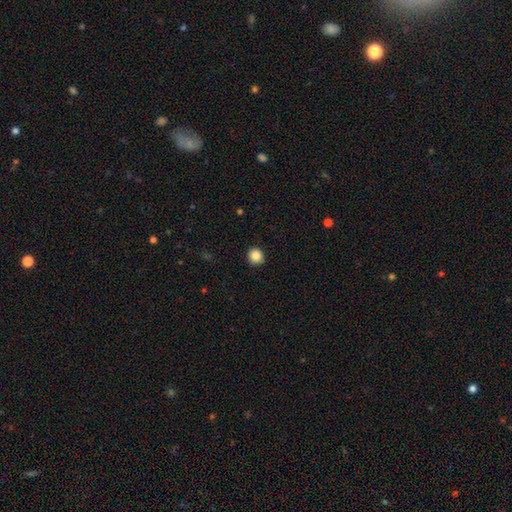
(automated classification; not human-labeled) Morphology: type=smooth (86%); roundness=round (91%); merging=none (89%).